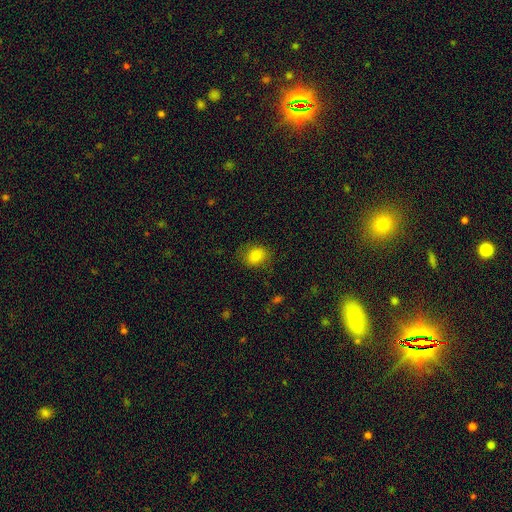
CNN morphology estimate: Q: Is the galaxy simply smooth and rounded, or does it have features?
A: smooth — 81%.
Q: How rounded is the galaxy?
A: round — 51%.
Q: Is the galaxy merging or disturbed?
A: none — 77%.